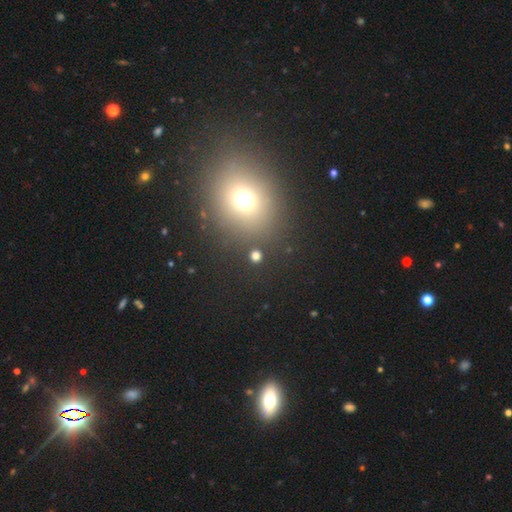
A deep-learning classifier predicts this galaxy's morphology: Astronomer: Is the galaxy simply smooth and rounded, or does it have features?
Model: smooth — 69%.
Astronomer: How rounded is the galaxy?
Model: round — 86%.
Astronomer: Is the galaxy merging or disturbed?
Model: none — 87%.